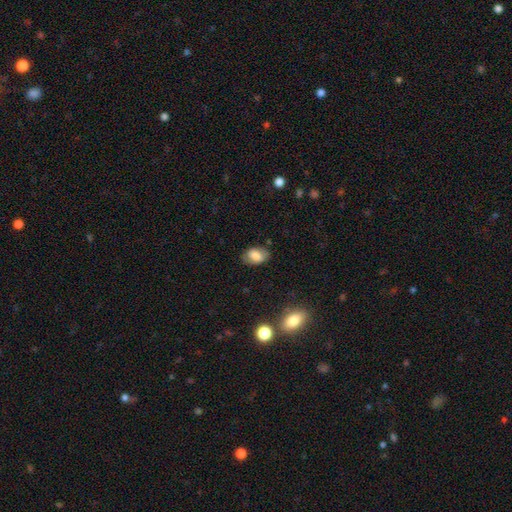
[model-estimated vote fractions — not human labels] The model was most divided on "merging": none: 75%, minor disturbance: 18%, major disturbance: 5%, merger: 2%. More confident: how rounded — in between (85%); smooth or featured — smooth (75%).